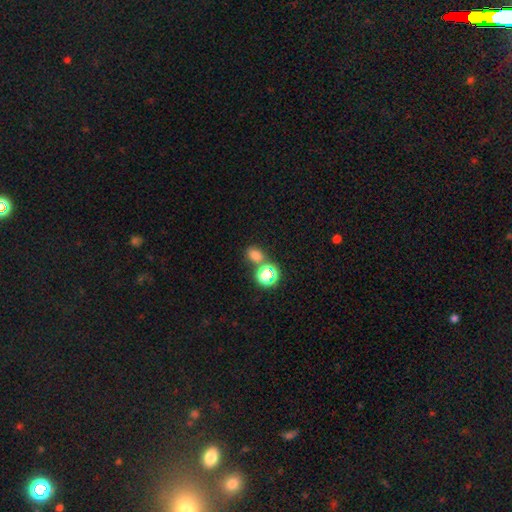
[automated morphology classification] Q: Smooth or featured?
A: smooth (71%); runner-up: star or artifact (23%)
Q: How rounded?
A: in between (54%); runner-up: round (45%)
Q: Merging?
A: none (68%); runner-up: merger (19%)